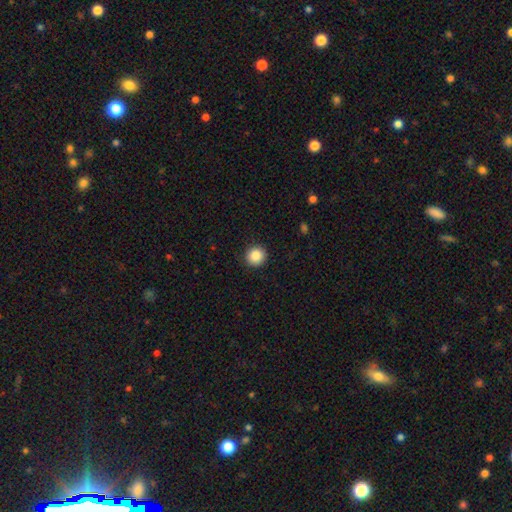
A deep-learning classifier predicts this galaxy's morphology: This is clearly a smooth galaxy (87%). How rounded: clearly round (94%). Merging: clearly none (92%).